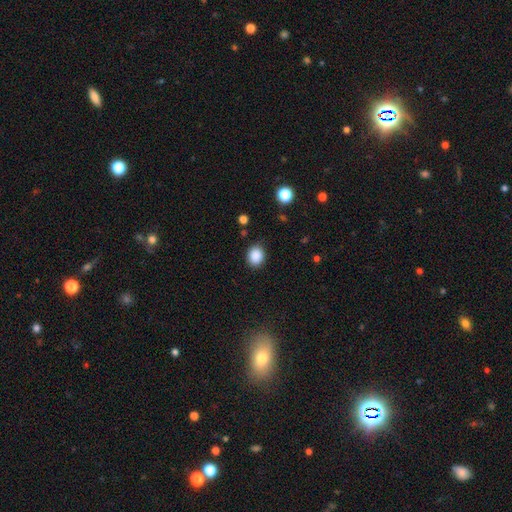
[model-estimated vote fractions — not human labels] Q: Smooth or featured?
A: smooth (88%); runner-up: star or artifact (9%)
Q: How rounded?
A: round (59%); runner-up: in between (40%)
Q: Merging?
A: none (84%); runner-up: minor disturbance (11%)